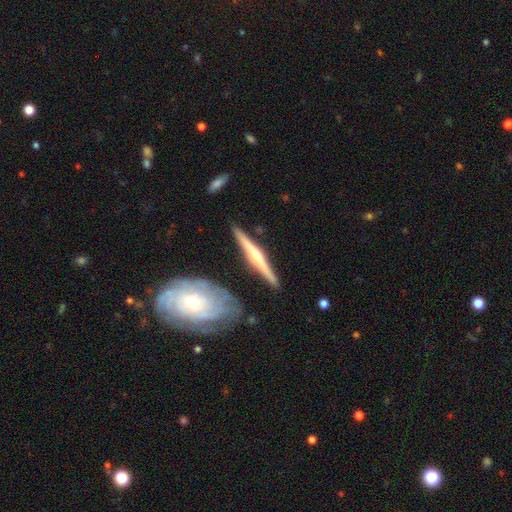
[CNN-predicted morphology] Smooth or featured? featured or disk (75%)
Edge-on disk? yes (96%)
Edge-on bulge? rounded (86%)
Merging? none (87%)